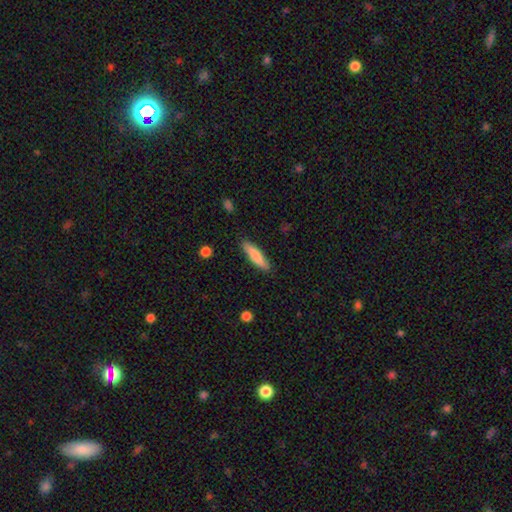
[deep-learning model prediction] Smooth or featured? Predicted: smooth (p=0.81). How rounded? Predicted: cigar-shaped (p=0.77). Merging? Predicted: none (p=0.87).